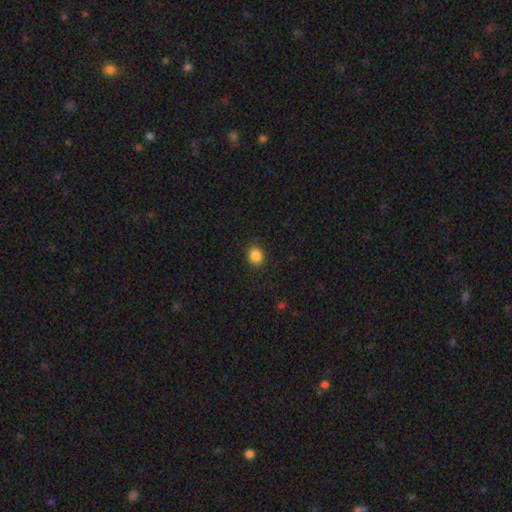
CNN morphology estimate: A smooth galaxy with no disk features (86%) that is round (77%).

Vote fractions:
- Smooth or featured? smooth: 86% / star or artifact: 11% / featured or disk: 4%
- How rounded? round: 77% / in between: 22% / cigar-shaped: 1%
- Merging? none: 90% / minor disturbance: 7% / major disturbance: 2% / merger: 1%